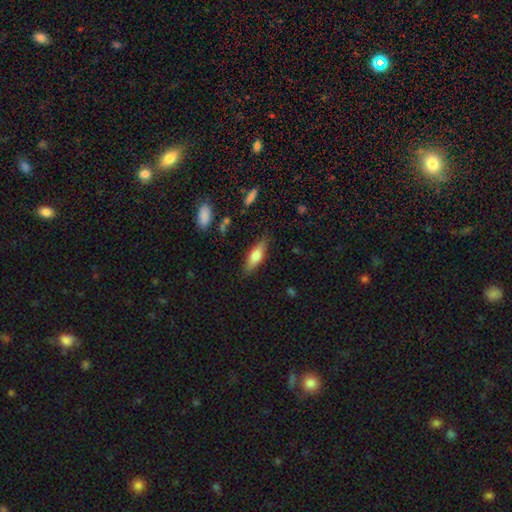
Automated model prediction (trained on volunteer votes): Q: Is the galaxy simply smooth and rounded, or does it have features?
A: smooth — 69%.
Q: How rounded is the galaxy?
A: in between — 53%.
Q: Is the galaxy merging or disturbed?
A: none — 83%.